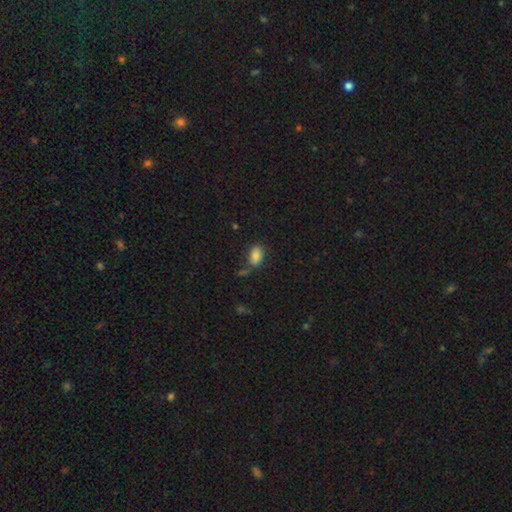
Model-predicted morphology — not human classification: type=smooth (79%); roundness=in between (82%); merging=none (61%).